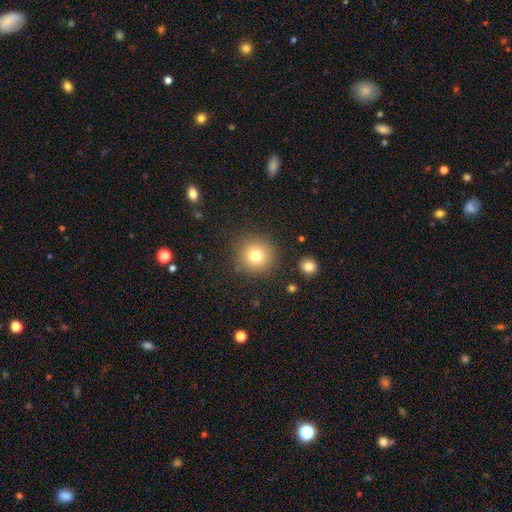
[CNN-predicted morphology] Overall: smooth (78%). How rounded: round (93%). Merging: none (87%).